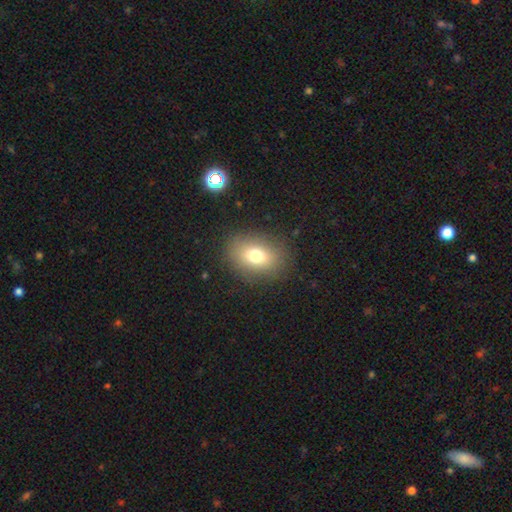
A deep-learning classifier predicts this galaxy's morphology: Q: Smooth or featured?
A: smooth (74%); runner-up: featured or disk (13%)
Q: How rounded?
A: in between (66%); runner-up: round (33%)
Q: Merging?
A: none (85%); runner-up: minor disturbance (10%)